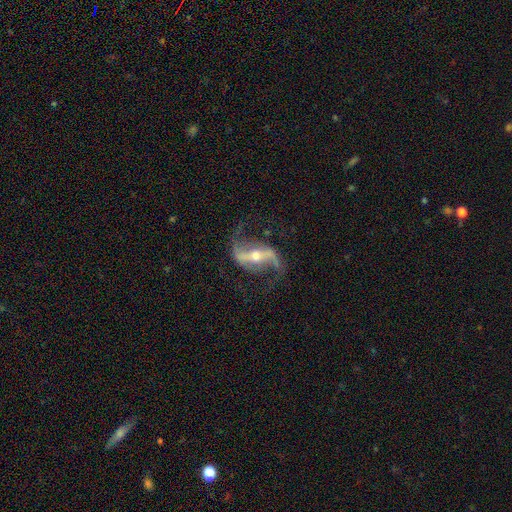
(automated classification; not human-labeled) A featured or disk galaxy (91%) with a strong bar (66%), 2 (94%) loose (70%) spiral arms (96%) and a moderate central bulge (54%). Merging: none (79%).